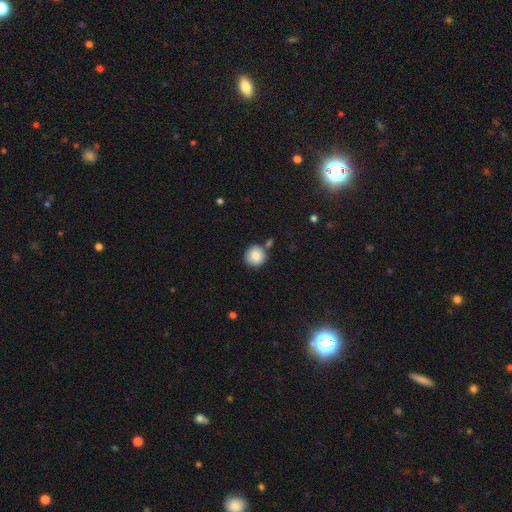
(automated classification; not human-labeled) This is clearly a smooth galaxy (85%). How rounded: clearly round (92%). Merging: likely none (78%).